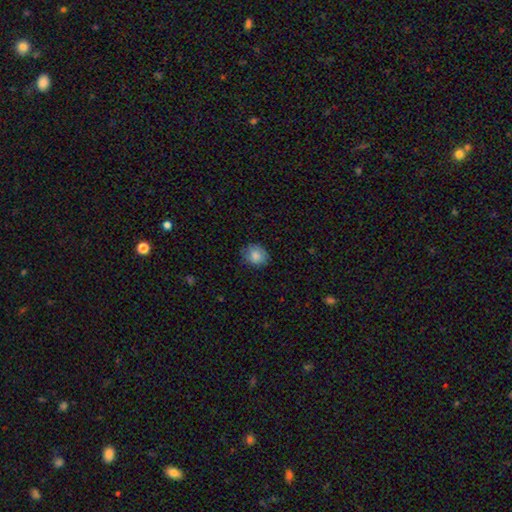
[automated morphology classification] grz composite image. It shows a smooth galaxy with no disk features (84%) that is round (60%). Merging: none (77%).